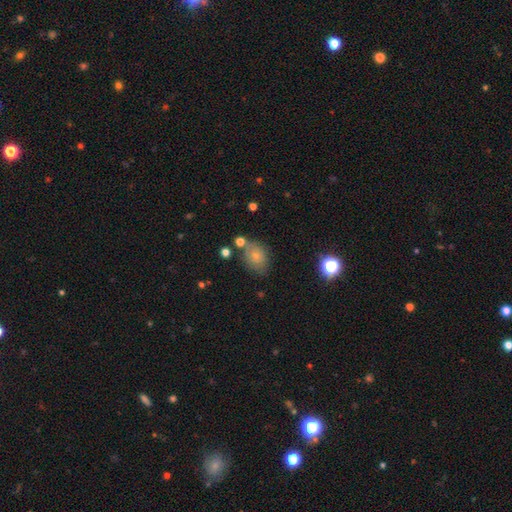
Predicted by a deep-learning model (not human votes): Smooth or featured?
  - smooth: 70% *
  - featured or disk: 19%
  - star or artifact: 11%
How rounded?
  - in between: 69% *
  - round: 30%
  - cigar-shaped: 1%
Merging?
  - none: 59% *
  - minor disturbance: 23%
  - merger: 10%
  - major disturbance: 8%